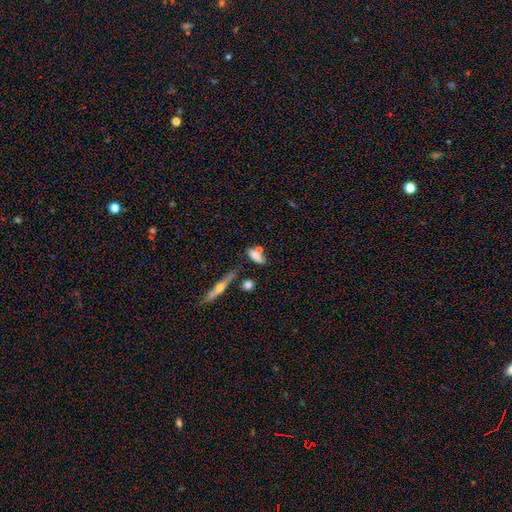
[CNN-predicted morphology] Q: Smooth or featured?
A: smooth (71%); runner-up: featured or disk (19%)
Q: How rounded?
A: in between (65%); runner-up: cigar-shaped (29%)
Q: Merging?
A: none (52%); runner-up: merger (22%)